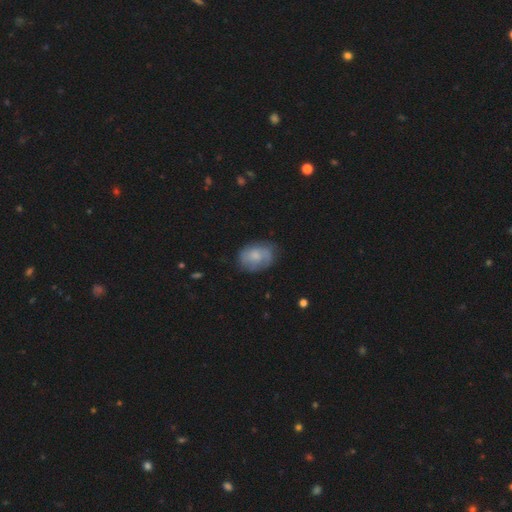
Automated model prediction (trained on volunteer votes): smooth 54%, featured or disk 39%, star or artifact 8%. Down the decision tree: how rounded — in between (75%); merging — none (66%).